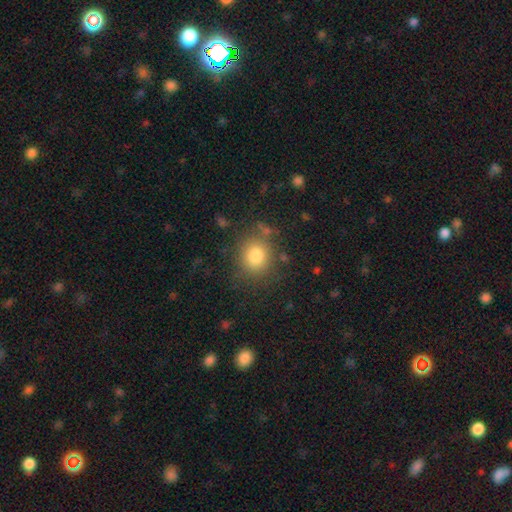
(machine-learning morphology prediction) This is clearly a smooth galaxy (81%). How rounded: likely round (76%). Merging: clearly none (81%).